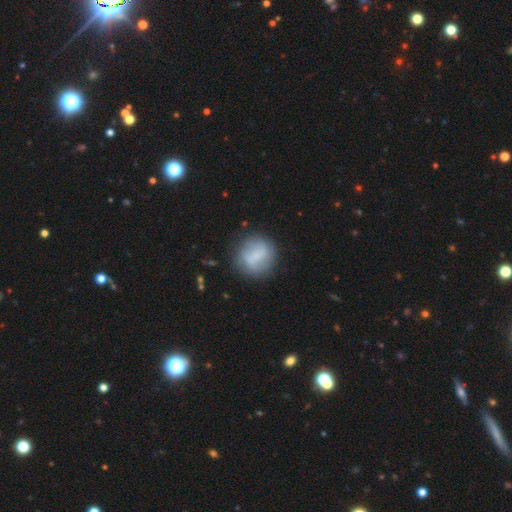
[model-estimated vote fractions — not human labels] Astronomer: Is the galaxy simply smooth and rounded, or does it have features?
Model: smooth — 63%.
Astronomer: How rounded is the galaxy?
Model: round — 86%.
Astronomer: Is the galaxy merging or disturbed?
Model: none — 74%.